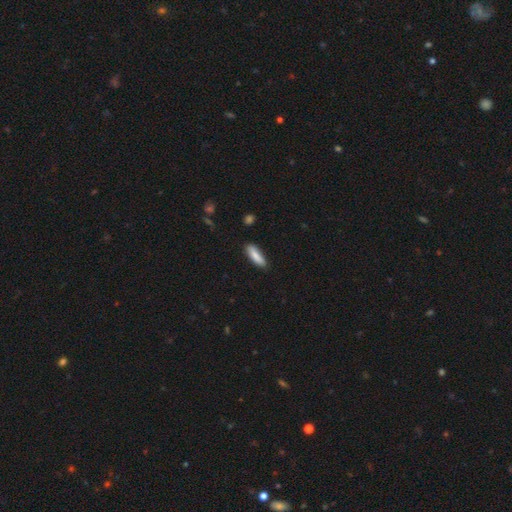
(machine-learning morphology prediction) Smooth or featured? smooth (85%)
How rounded? cigar-shaped (51%)
Merging? none (83%)